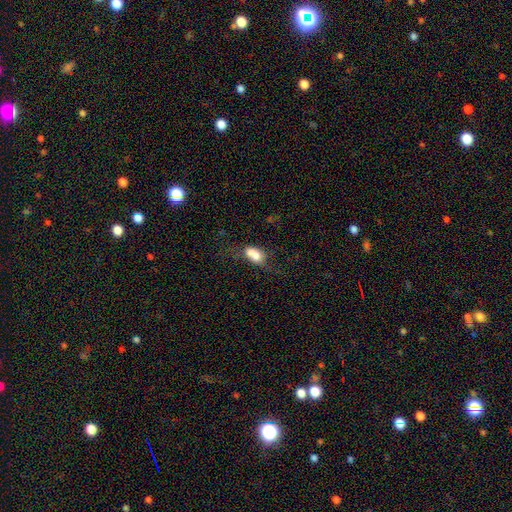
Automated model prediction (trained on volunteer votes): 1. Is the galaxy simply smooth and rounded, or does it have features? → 69% smooth, 21% featured or disk, 10% star or artifact.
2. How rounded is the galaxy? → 75% in between, 21% round, 4% cigar-shaped.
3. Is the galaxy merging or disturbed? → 46% merger, 24% none, 16% minor disturbance, 14% major disturbance.